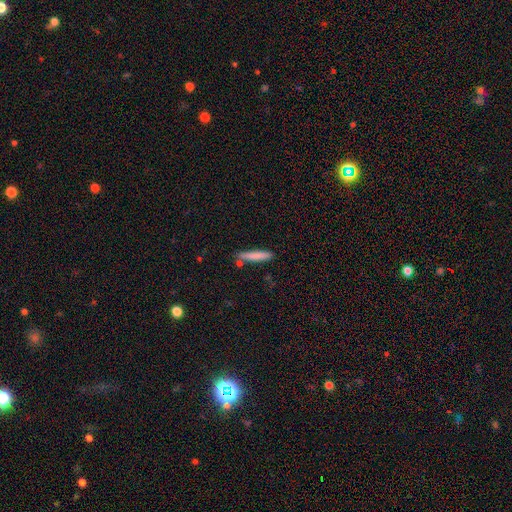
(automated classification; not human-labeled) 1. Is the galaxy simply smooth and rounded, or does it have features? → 79% smooth, 14% featured or disk, 6% star or artifact.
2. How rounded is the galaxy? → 92% cigar-shaped, 6% in between, 1% round.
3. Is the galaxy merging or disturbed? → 79% none, 13% minor disturbance, 5% merger, 3% major disturbance.